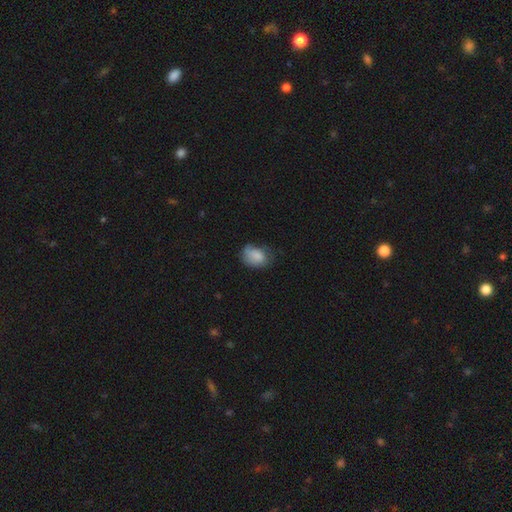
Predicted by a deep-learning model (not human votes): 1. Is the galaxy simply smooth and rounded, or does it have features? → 78% smooth, 14% featured or disk, 8% star or artifact.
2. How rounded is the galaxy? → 77% in between, 22% round, 1% cigar-shaped.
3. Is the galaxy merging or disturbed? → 45% none, 35% minor disturbance, 18% major disturbance, 2% merger.